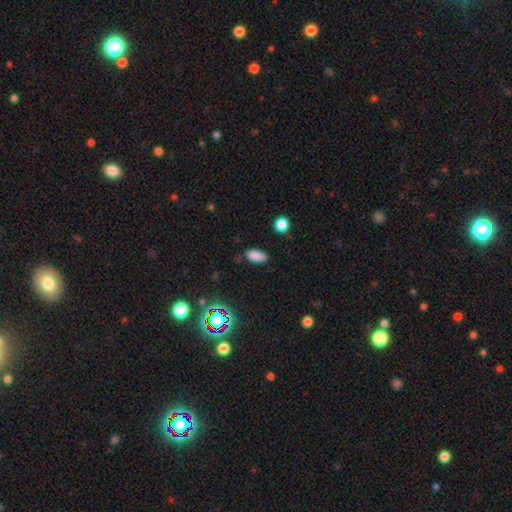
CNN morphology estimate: Smooth or featured?
  - smooth: 83% *
  - star or artifact: 12%
  - featured or disk: 5%
How rounded?
  - in between: 84% *
  - cigar-shaped: 12%
  - round: 4%
Merging?
  - none: 80% *
  - minor disturbance: 15%
  - major disturbance: 3%
  - merger: 2%